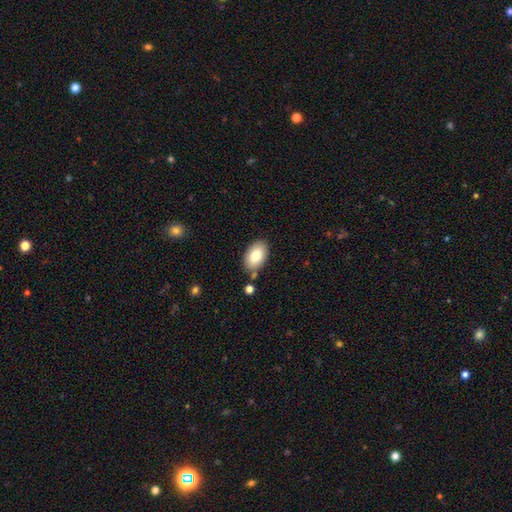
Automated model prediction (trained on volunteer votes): This is clearly a smooth galaxy (80%). How rounded: clearly in between (91%). Merging: clearly none (81%).